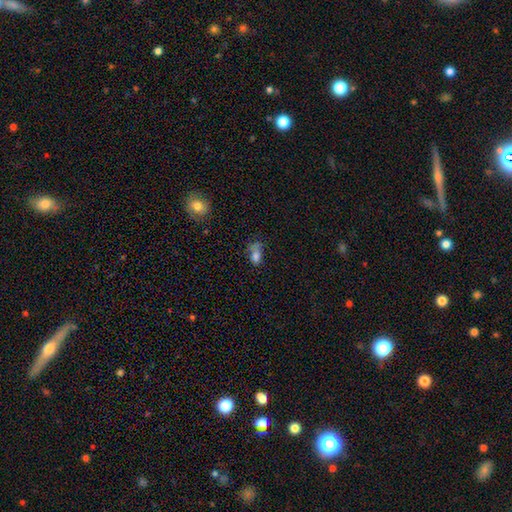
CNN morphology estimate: A smooth galaxy with no disk features (74%) that is in between round and cigar-shaped (79%).

Vote fractions:
- Smooth or featured? smooth: 74% / star or artifact: 13% / featured or disk: 13%
- How rounded? in between: 79% / round: 16% / cigar-shaped: 6%
- Merging? none: 32% / minor disturbance: 29% / major disturbance: 29% / merger: 10%